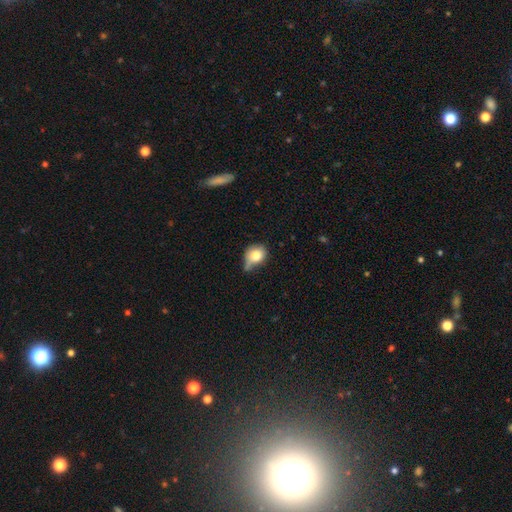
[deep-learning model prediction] Smooth or featured: smooth — 76% (featured or disk — 15%)
How rounded: round — 63% (in between — 36%)
Merging: minor disturbance — 37% (none — 34%)